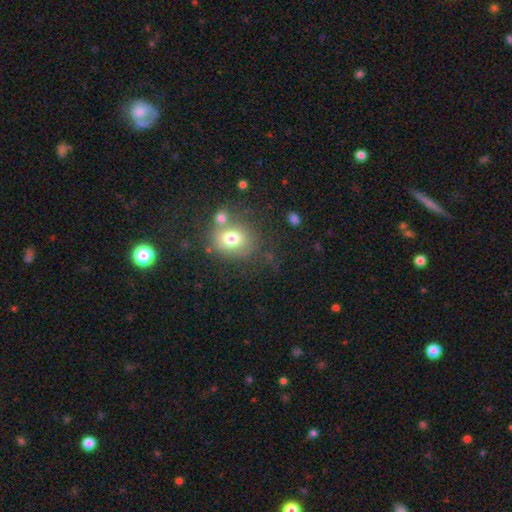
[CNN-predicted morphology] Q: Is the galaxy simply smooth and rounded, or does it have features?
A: smooth — 62%.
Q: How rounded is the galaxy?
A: round — 69%.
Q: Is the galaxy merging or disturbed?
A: none — 63%.